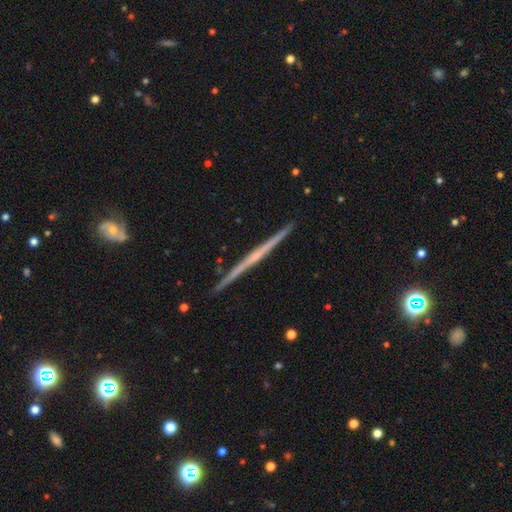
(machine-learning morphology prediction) The model was most divided on "edge-on bulge": none: 63%, rounded: 31%, boxy: 7%. More confident: edge-on disk — yes (98%); merging — none (91%); smooth or featured — featured or disk (77%).